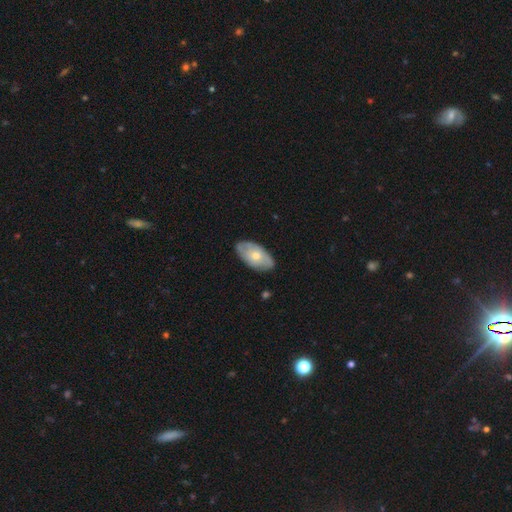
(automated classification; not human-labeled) This is possibly a smooth galaxy (50%). Merging: likely none (77%).